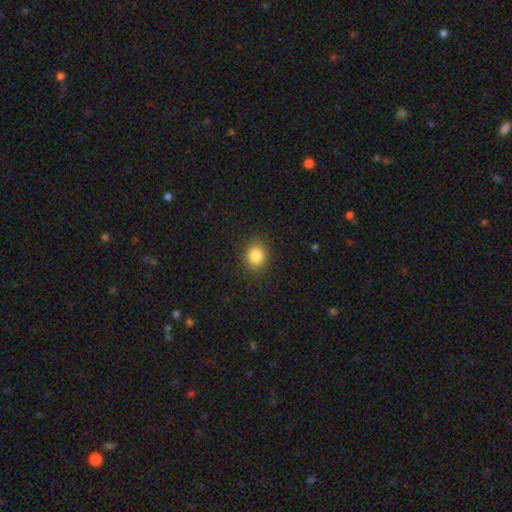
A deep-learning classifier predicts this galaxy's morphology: A smooth galaxy with no disk features (85%) that is round (64%).

Vote fractions:
- Smooth or featured? smooth: 85% / star or artifact: 10% / featured or disk: 5%
- How rounded? round: 64% / in between: 35% / cigar-shaped: 1%
- Merging? none: 89% / minor disturbance: 8% / major disturbance: 3% / merger: 1%